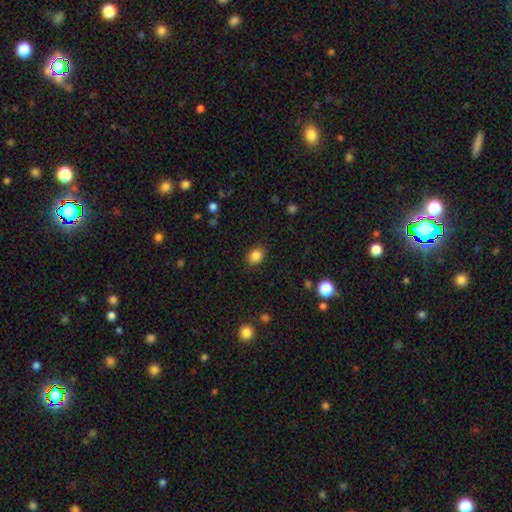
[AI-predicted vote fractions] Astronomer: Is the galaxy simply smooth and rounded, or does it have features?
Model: smooth — 85%.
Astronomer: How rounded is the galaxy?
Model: round — 54% (runner-up: in between, 46%).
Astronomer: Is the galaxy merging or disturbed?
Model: none — 87%.